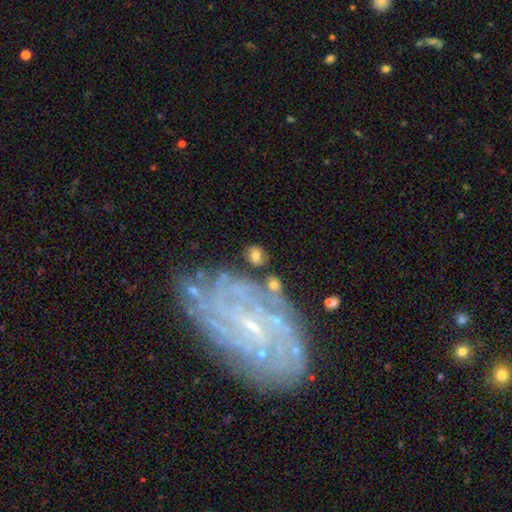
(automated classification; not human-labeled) This is likely a smooth galaxy (67%). How rounded: possibly in between (58%). Merging: likely none (70%).